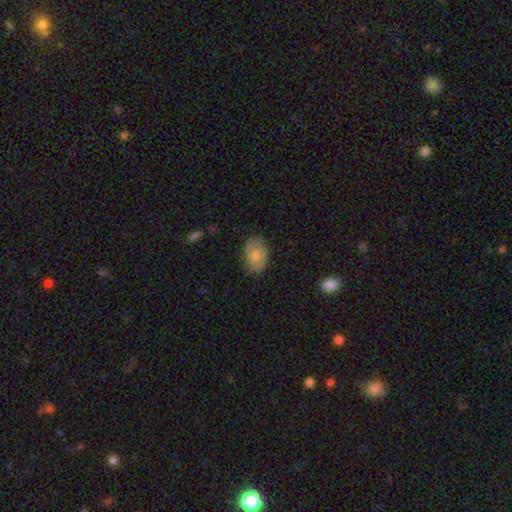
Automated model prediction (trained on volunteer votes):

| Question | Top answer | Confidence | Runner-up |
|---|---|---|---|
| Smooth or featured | smooth | 75% | featured or disk (18%) |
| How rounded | in between | 85% | round (13%) |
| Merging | none | 78% | minor disturbance (17%) |